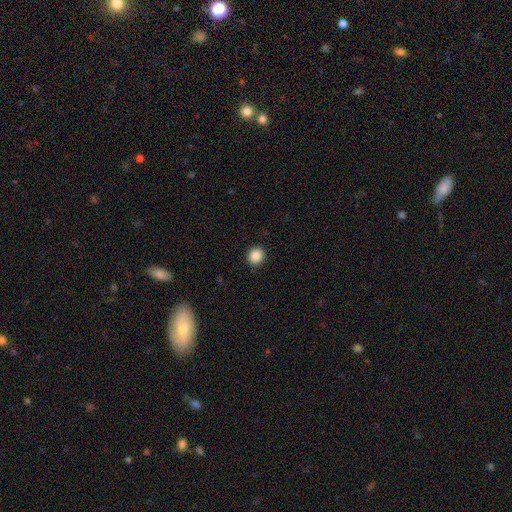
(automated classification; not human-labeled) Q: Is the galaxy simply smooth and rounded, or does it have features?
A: smooth — 88%.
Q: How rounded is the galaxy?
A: round — 81%.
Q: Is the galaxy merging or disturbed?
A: none — 91%.